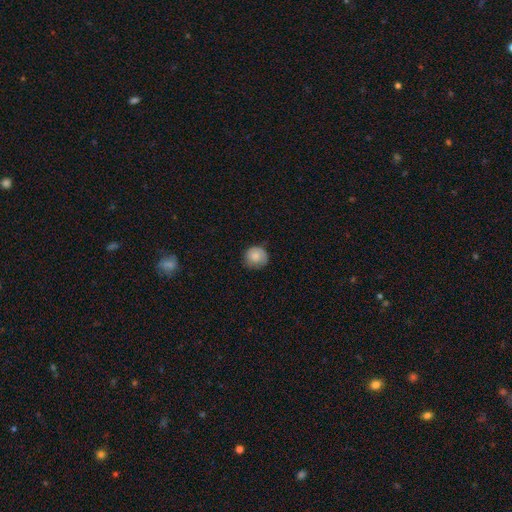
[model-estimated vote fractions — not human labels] Smooth or featured: smooth — 79% (featured or disk — 13%)
How rounded: round — 90% (in between — 9%)
Merging: none — 74% (minor disturbance — 20%)